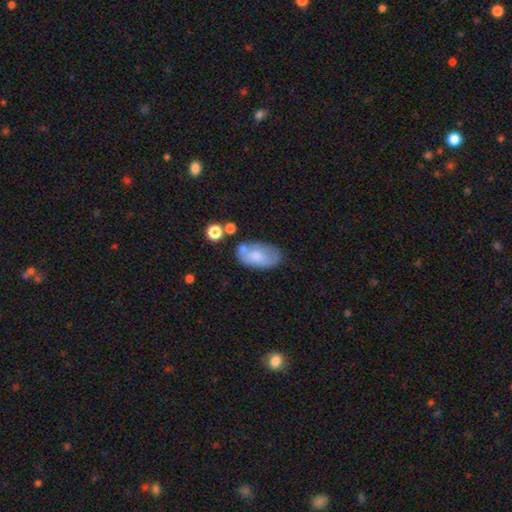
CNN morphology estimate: smooth 64%, featured or disk 28%, star or artifact 8%. Down the decision tree: how rounded — in between (94%); merging — none (53%).